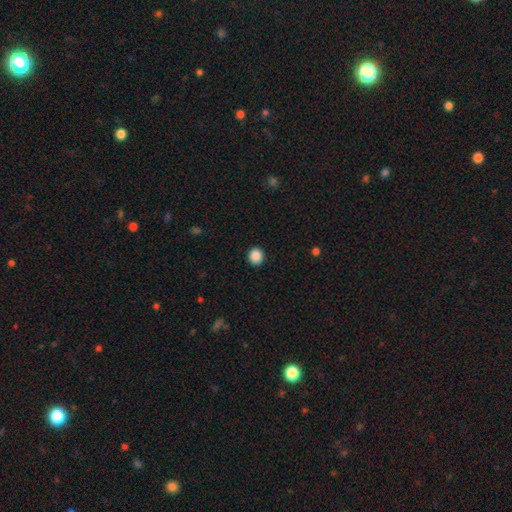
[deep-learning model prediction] Smooth or featured? Predicted: smooth (p=0.89). How rounded? Predicted: round (p=0.91). Merging? Predicted: none (p=0.93).